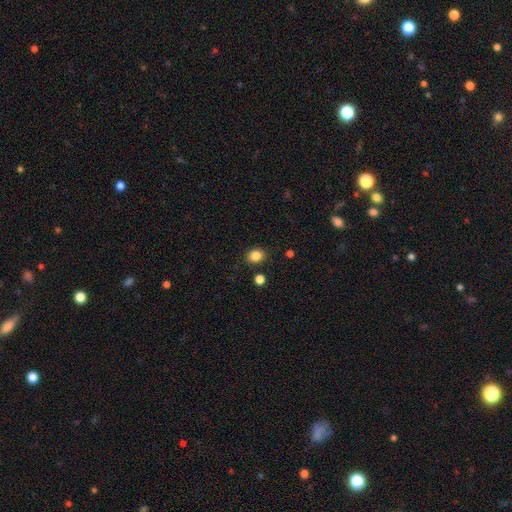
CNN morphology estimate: A smooth galaxy with no disk features (84%) that is round (61%). Merging: none (85%).